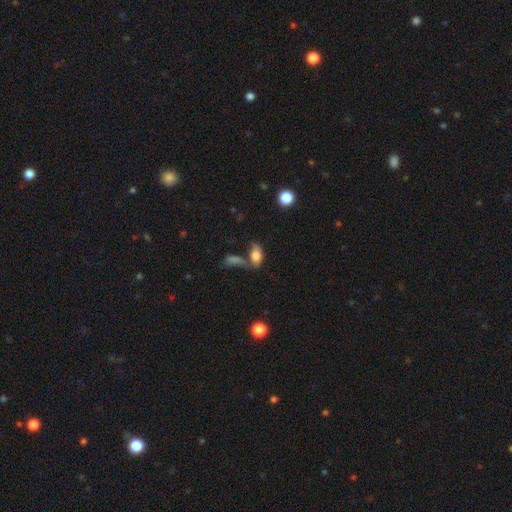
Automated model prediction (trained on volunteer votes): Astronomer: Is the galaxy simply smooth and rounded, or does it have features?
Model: smooth — 77%.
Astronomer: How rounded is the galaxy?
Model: in between — 86%.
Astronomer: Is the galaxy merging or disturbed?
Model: none — 38% (runner-up: merger, 33%).